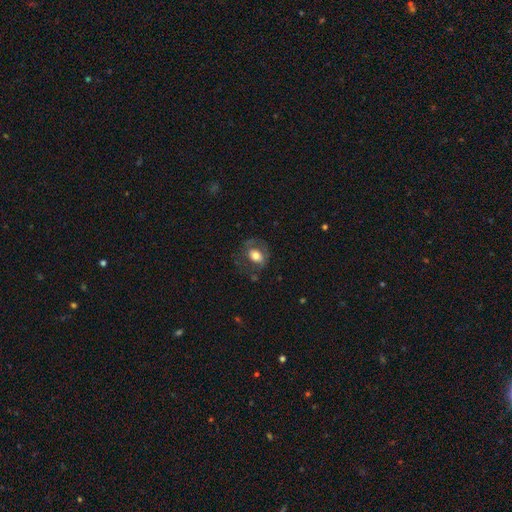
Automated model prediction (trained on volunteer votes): smooth-or-featured: smooth: 61% | featured or disk: 31% | star or artifact: 8%
  how-rounded: in between: 61% | round: 38% | cigar-shaped: 1%
  merging: none: 60% | minor disturbance: 21% | major disturbance: 17% | merger: 2%